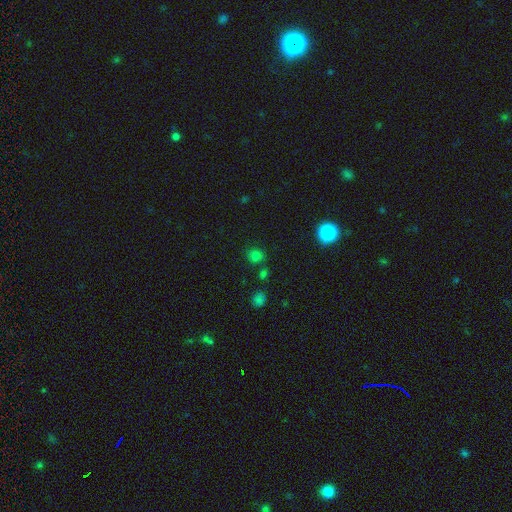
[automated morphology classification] Smooth or featured? smooth (69%)
How rounded? round (75%)
Merging? none (72%)